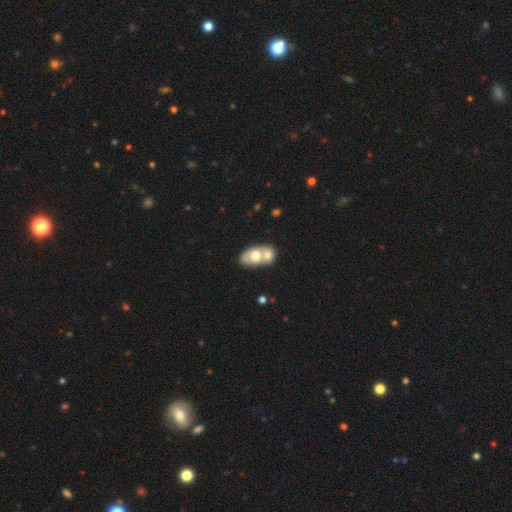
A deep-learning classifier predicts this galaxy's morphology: This appears to be a smooth galaxy with no disk features (58%) that is in between round and cigar-shaped (83%). Merging: merger (67%).